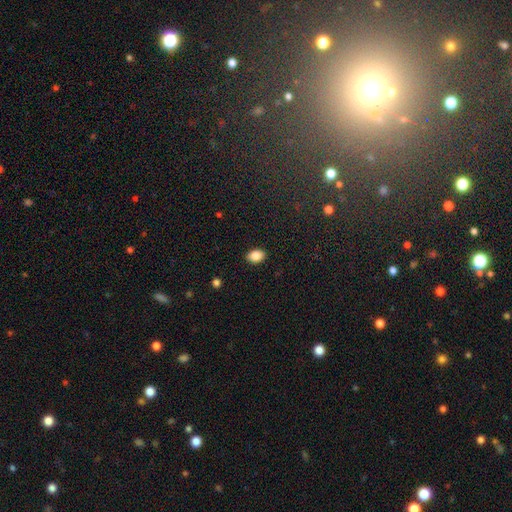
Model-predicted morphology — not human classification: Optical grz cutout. It shows a smooth galaxy with no disk features (86%) that is in between round and cigar-shaped (80%). Merging: none (89%).